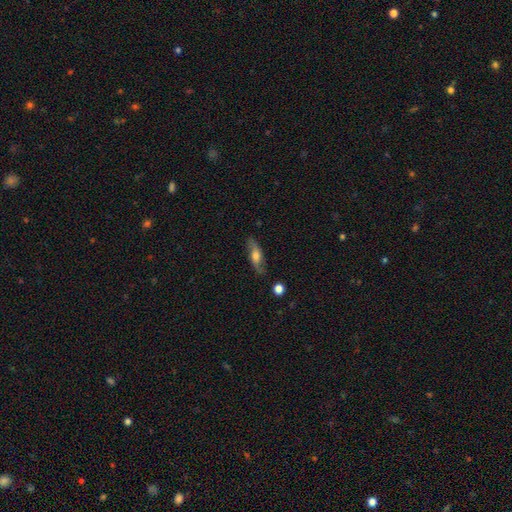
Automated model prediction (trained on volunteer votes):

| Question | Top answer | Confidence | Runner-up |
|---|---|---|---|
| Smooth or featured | featured or disk | 50% | smooth (43%) |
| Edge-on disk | no | 59% | yes (41%) |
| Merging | none | 79% | minor disturbance (15%) |